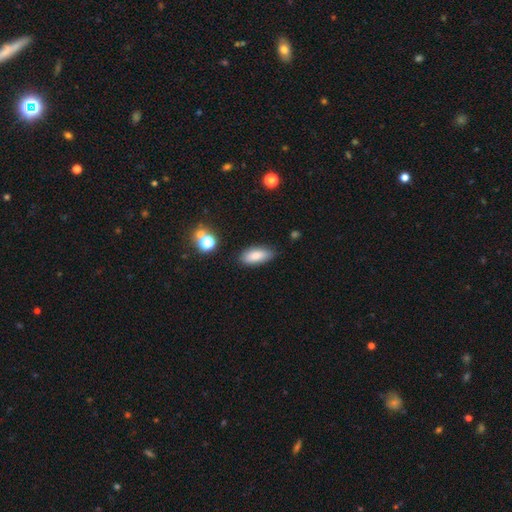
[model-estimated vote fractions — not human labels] Smooth or featured?
  - smooth: 84% *
  - featured or disk: 8%
  - star or artifact: 8%
How rounded?
  - in between: 82% *
  - cigar-shaped: 15%
  - round: 3%
Merging?
  - none: 82% *
  - minor disturbance: 13%
  - major disturbance: 3%
  - merger: 2%